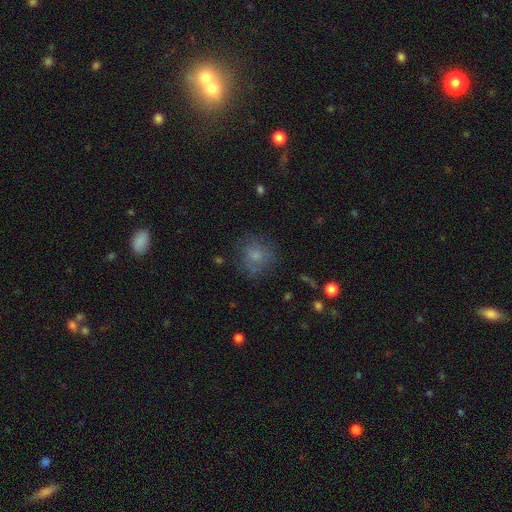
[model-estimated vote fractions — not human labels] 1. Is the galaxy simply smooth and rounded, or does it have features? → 72% smooth, 15% featured or disk, 13% star or artifact.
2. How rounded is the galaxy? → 86% round, 13% in between, 1% cigar-shaped.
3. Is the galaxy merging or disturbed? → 71% none, 17% minor disturbance, 9% major disturbance, 2% merger.